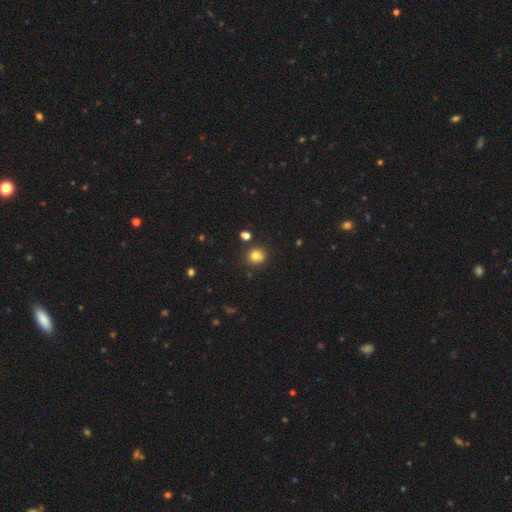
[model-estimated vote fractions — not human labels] The model was most divided on "smooth or featured": smooth: 79%, star or artifact: 14%, featured or disk: 7%. More confident: how rounded — round (88%); merging — none (84%).